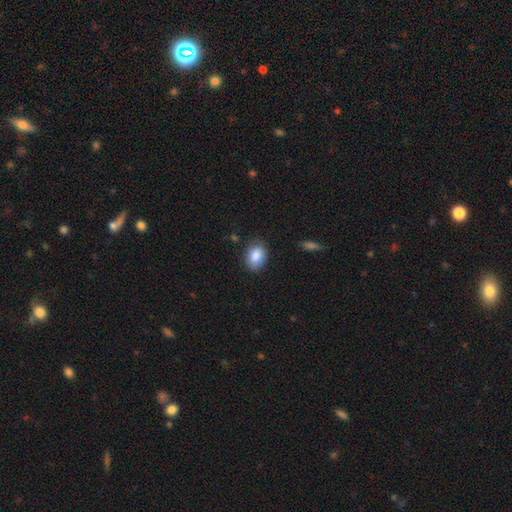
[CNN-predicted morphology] Smooth or featured: smooth — 87% (star or artifact — 7%)
How rounded: in between — 78% (round — 20%)
Merging: none — 82% (minor disturbance — 14%)